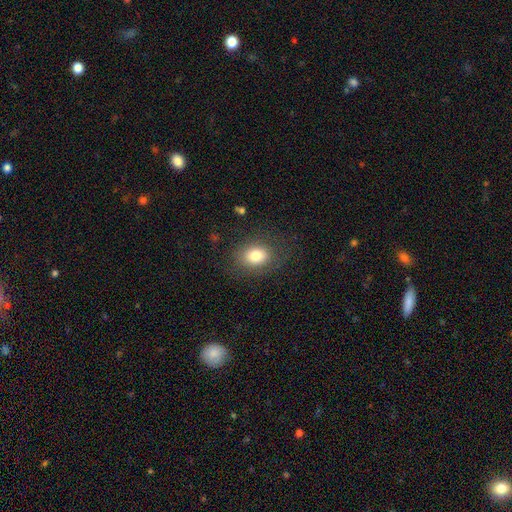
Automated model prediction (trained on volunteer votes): Smooth or featured? smooth (80%)
How rounded? in between (68%)
Merging? none (80%)